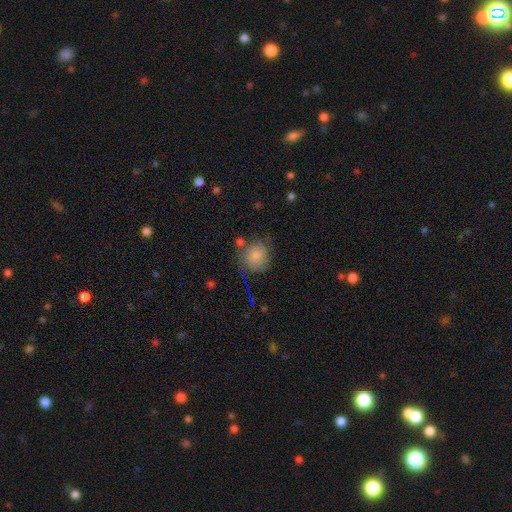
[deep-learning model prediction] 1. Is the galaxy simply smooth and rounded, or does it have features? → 73% smooth, 18% featured or disk, 10% star or artifact.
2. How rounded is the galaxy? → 84% round, 15% in between, 1% cigar-shaped.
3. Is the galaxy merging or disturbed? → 65% none, 22% minor disturbance, 7% major disturbance, 6% merger.